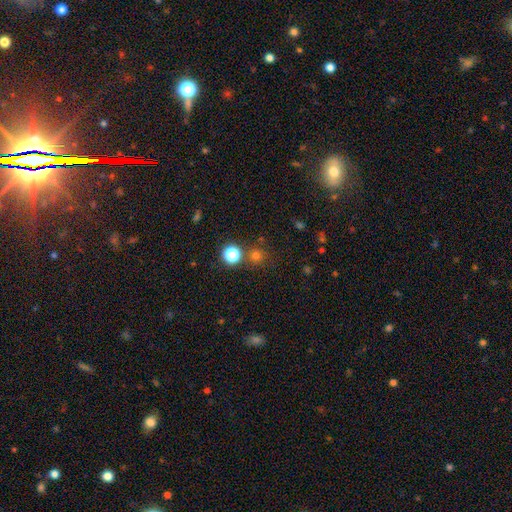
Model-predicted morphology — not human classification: smooth 67%, star or artifact 27%, featured or disk 6%. Down the decision tree: how rounded — round (92%); merging — none (78%).